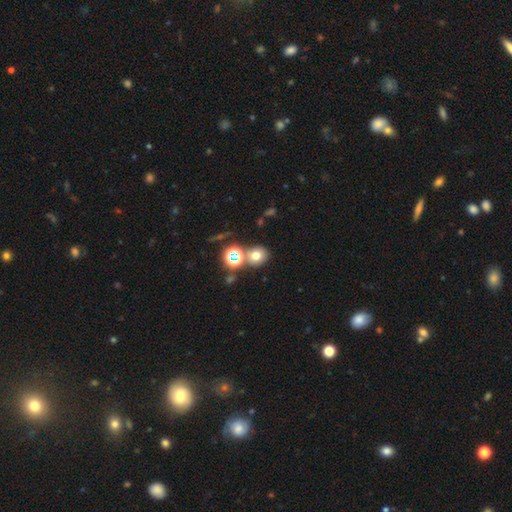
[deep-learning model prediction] Smooth or featured: smooth — 67% (star or artifact — 22%)
How rounded: round — 75% (in between — 24%)
Merging: none — 67% (merger — 20%)